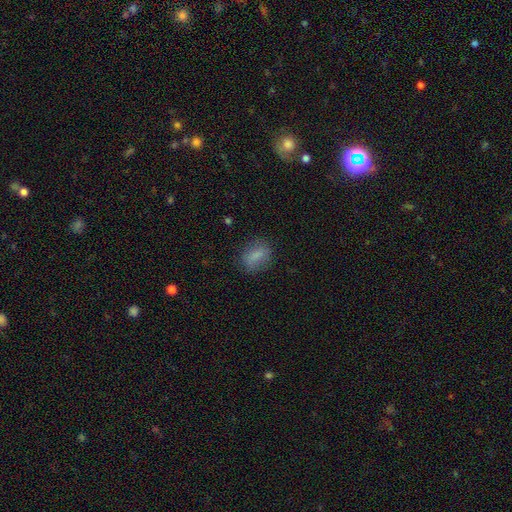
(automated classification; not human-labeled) smooth_or_featured: smooth (p=0.79) [alt: featured or disk p=0.12]
how_rounded: in between (p=0.69) [alt: round p=0.27]
merging: none (p=0.79) [alt: minor disturbance p=0.15]